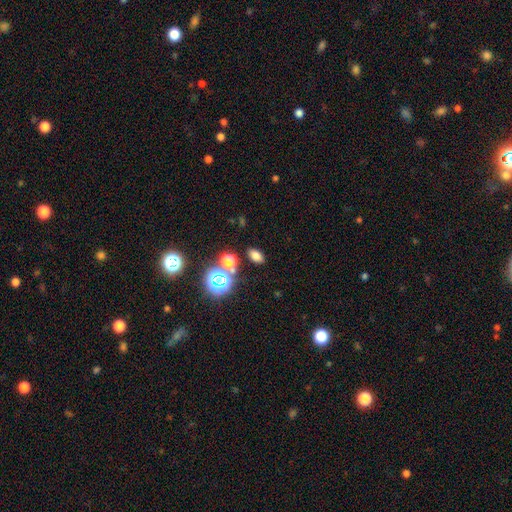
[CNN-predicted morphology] This appears to be a smooth galaxy with no disk features (70%) that is in between round and cigar-shaped (82%). Merging: none (83%).